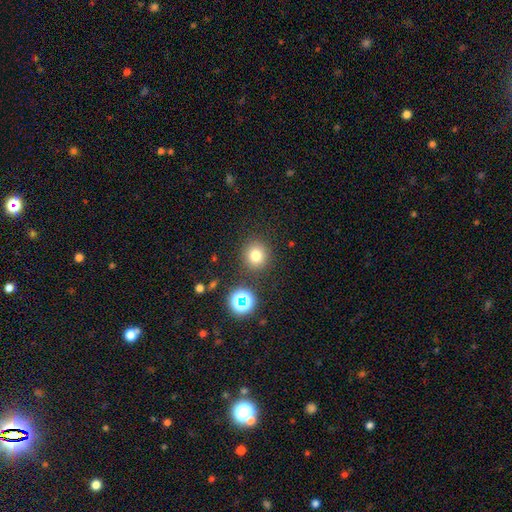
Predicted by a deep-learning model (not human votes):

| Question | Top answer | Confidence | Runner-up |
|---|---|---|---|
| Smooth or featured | smooth | 76% | star or artifact (16%) |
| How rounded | round | 90% | in between (9%) |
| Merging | none | 86% | minor disturbance (7%) |